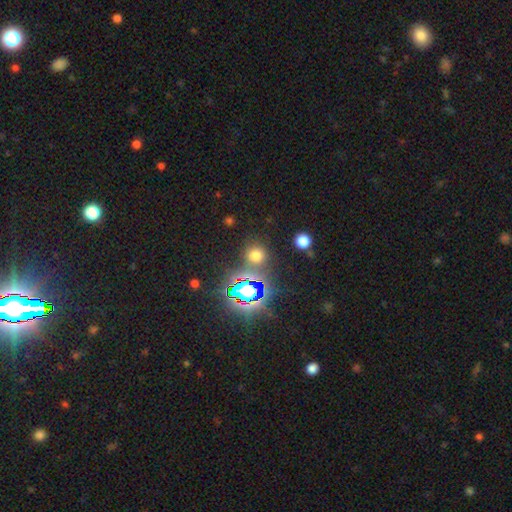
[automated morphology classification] A smooth galaxy with no disk features (59%) that is round (87%).

Vote fractions:
- Smooth or featured? smooth: 59% / star or artifact: 34% / featured or disk: 7%
- How rounded? round: 87% / in between: 11% / cigar-shaped: 1%
- Merging? none: 80% / minor disturbance: 8% / merger: 7% / major disturbance: 4%